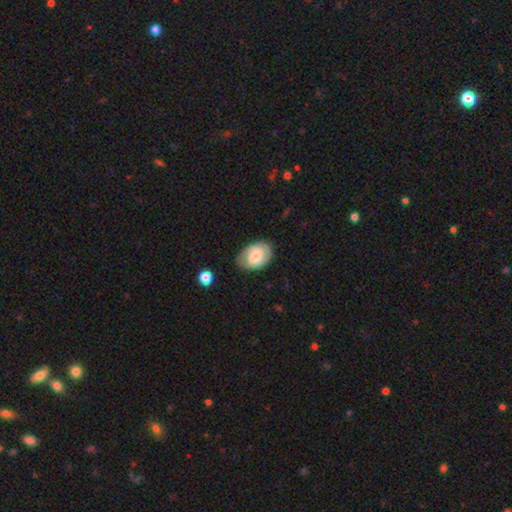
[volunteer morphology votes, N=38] smooth-or-featured: featured or disk: 50% | smooth: 47% | star or artifact: 3%
  disk-edge-on: no: 95% | yes: 5%
    bar: no: 67% | weak: 22% | strong: 11%
    has-spiral-arms: yes: 83% | no: 17%
      spiral-winding: tight: 67% | medium: 33% | loose: 0%
      spiral-arm-count: 2: 67% | can't tell: 33% | 1: 0% | 3: 0% | 4: 0% | more than 4: 0%
    bulge-size: moderate: 39% | small: 33% | large: 17% | none: 11% | dominant: 0%
  merging: none: 68% | minor disturbance: 32% | major disturbance: 0% | merger: 0%